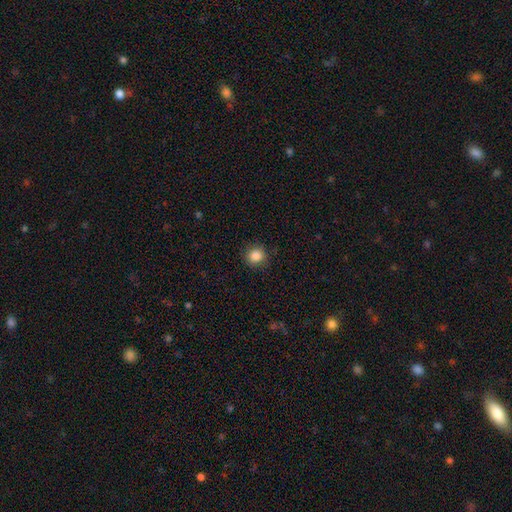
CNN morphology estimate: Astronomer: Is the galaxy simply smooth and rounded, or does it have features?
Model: smooth — 86%.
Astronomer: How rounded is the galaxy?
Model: round — 87%.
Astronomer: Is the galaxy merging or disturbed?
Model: none — 88%.